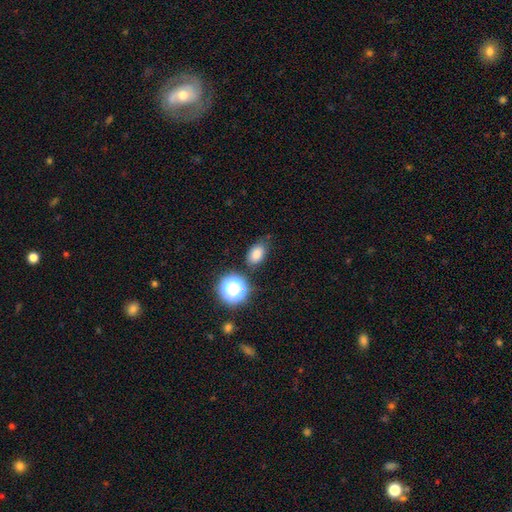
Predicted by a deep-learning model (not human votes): The model was most divided on "how rounded": in between: 76%, round: 23%, cigar-shaped: 1%. More confident: smooth or featured — smooth (80%); merging — none (77%).